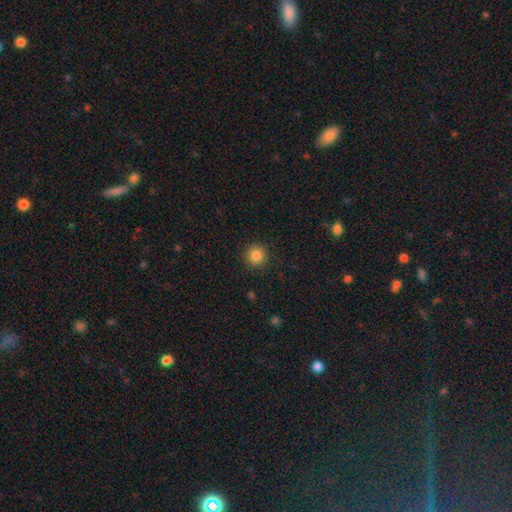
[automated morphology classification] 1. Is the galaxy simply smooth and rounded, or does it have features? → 84% smooth, 11% star or artifact, 5% featured or disk.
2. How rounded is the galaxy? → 95% round, 4% in between, 1% cigar-shaped.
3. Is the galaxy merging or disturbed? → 92% none, 5% minor disturbance, 2% major disturbance, 1% merger.